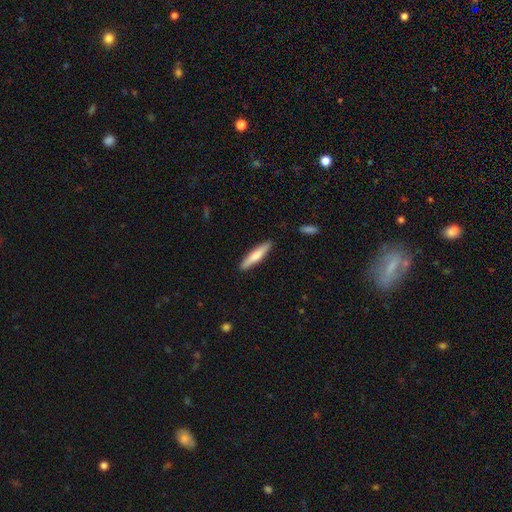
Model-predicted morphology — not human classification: Q: Smooth or featured?
A: smooth (68%); runner-up: featured or disk (27%)
Q: How rounded?
A: cigar-shaped (87%); runner-up: in between (12%)
Q: Merging?
A: none (89%); runner-up: minor disturbance (8%)